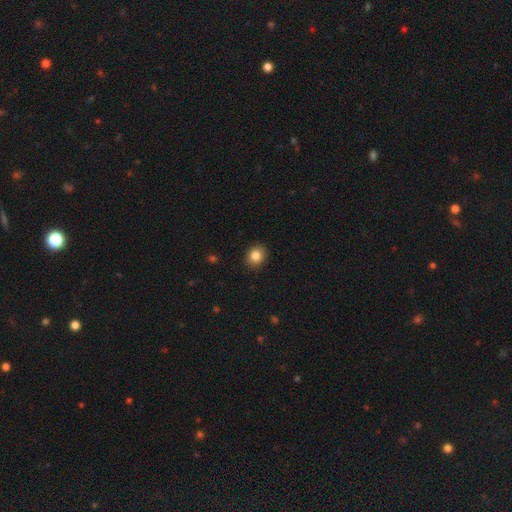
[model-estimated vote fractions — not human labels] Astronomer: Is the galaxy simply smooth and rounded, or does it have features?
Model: smooth — 85%.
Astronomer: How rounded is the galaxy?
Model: round — 67%.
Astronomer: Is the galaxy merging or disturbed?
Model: none — 90%.